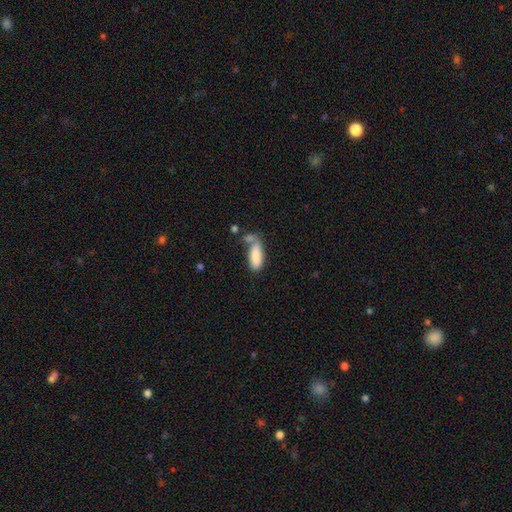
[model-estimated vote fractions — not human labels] Smooth or featured? smooth (84%)
How rounded? in between (70%)
Merging? none (46%)